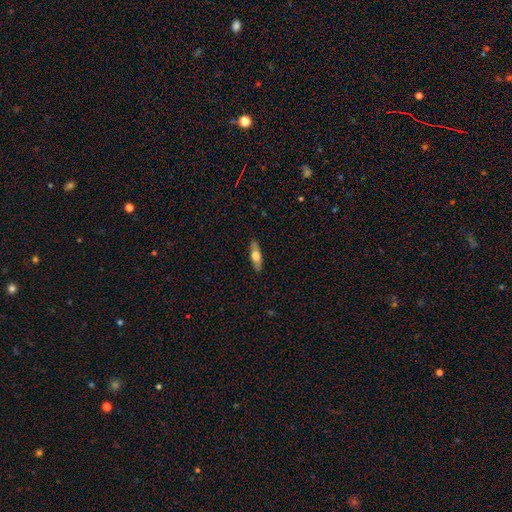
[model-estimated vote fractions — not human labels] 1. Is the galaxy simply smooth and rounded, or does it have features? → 57% smooth, 37% featured or disk, 6% star or artifact.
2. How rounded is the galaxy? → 53% cigar-shaped, 44% in between, 3% round.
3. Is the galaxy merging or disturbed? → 86% none, 10% minor disturbance, 2% major disturbance, 1% merger.